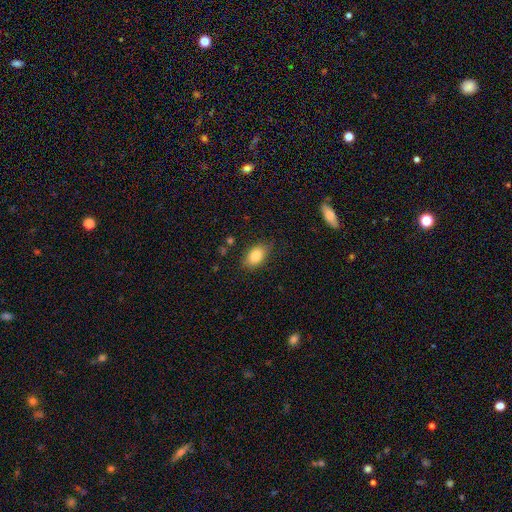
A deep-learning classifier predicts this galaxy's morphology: This is clearly a smooth galaxy (84%). How rounded: clearly in between (88%). Merging: clearly none (82%).